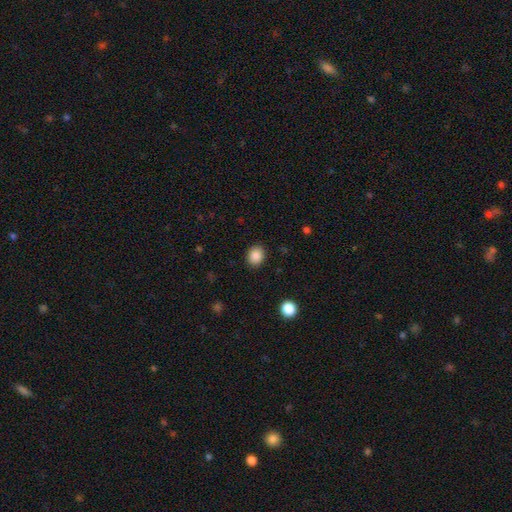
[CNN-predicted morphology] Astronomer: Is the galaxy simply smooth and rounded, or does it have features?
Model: smooth — 87%.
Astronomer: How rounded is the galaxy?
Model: round — 62% (runner-up: in between, 38%).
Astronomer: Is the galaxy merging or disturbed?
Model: none — 90%.